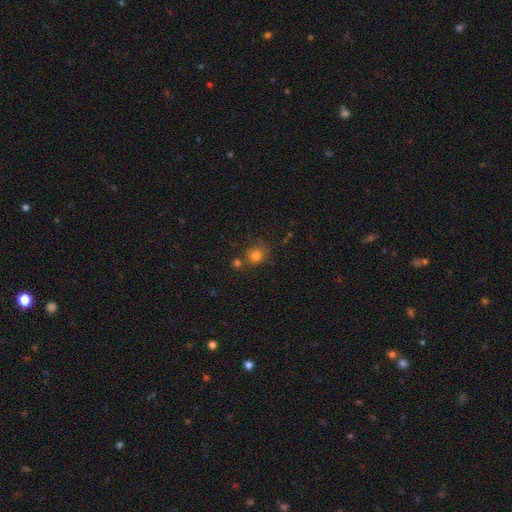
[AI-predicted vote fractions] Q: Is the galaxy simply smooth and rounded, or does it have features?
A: smooth — 78%.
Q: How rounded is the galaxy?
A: round — 80%.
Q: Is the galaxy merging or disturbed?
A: none — 60%.